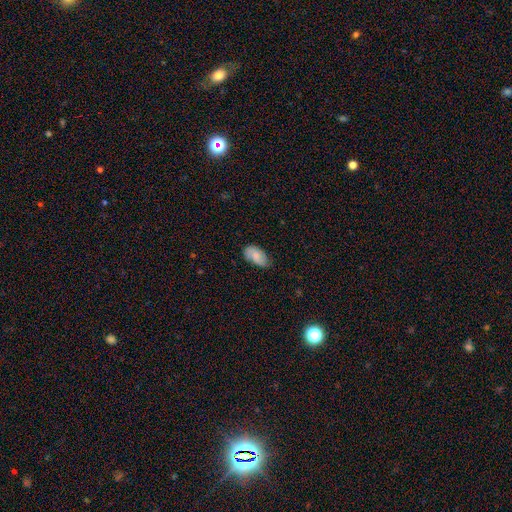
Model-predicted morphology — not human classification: Smooth or featured? Predicted: smooth (p=0.63). How rounded? Predicted: in between (p=0.93). Merging? Predicted: none (p=0.64).